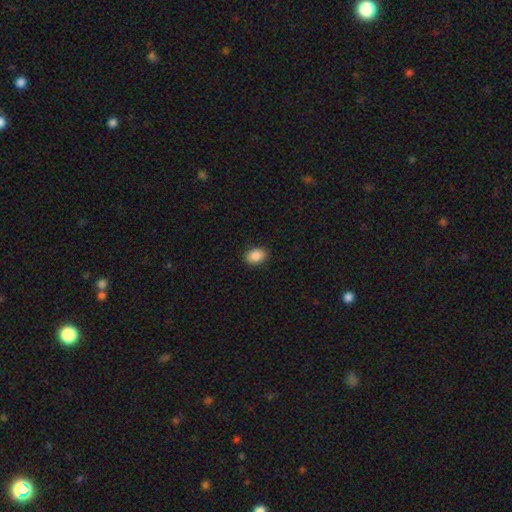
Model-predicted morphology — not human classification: A smooth galaxy with no disk features (88%) that is in between round and cigar-shaped (81%).

Vote fractions:
- Smooth or featured? smooth: 88% / star or artifact: 8% / featured or disk: 4%
- How rounded? in between: 81% / round: 18% / cigar-shaped: 1%
- Merging? none: 89% / minor disturbance: 8% / major disturbance: 2% / merger: 1%